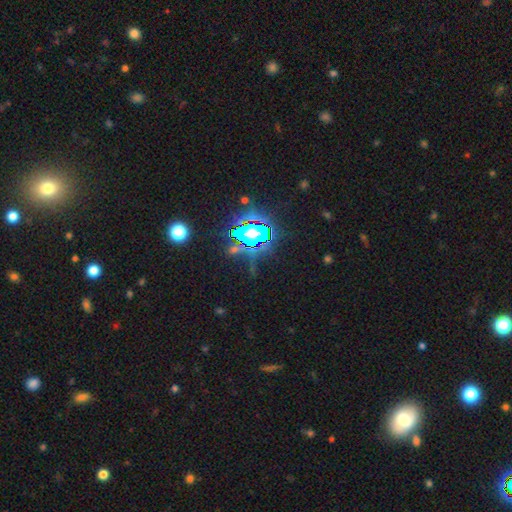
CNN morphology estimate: A star or artifact, not a galaxy (81%).

Vote fractions:
- Smooth or featured? star or artifact: 81% / smooth: 12% / featured or disk: 7%